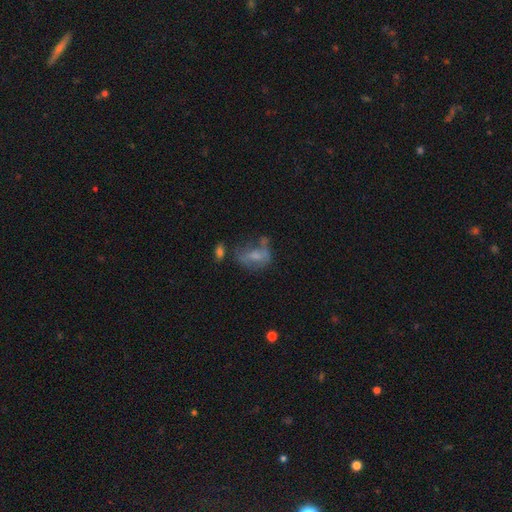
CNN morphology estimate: This appears to be a smooth galaxy with no disk features (46%). Merging: none (34%).